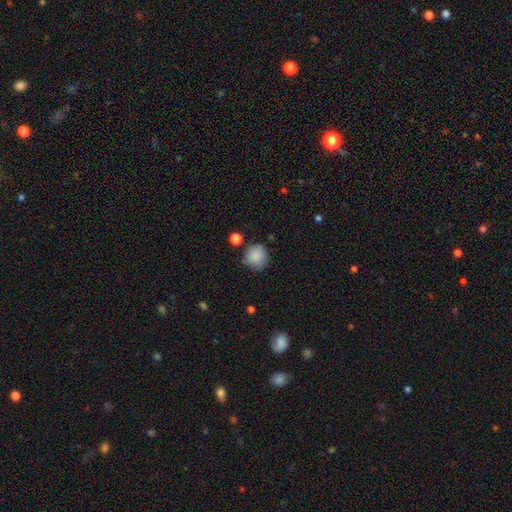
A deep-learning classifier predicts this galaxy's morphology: Overall: smooth (87%). How rounded: round (89%). Merging: none (75%).